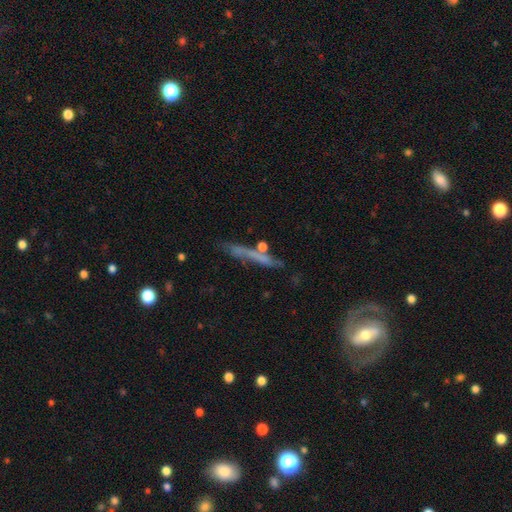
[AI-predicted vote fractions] Morphology: type=featured or disk (54%); edge-on=yes (78%); merging=none (65%).